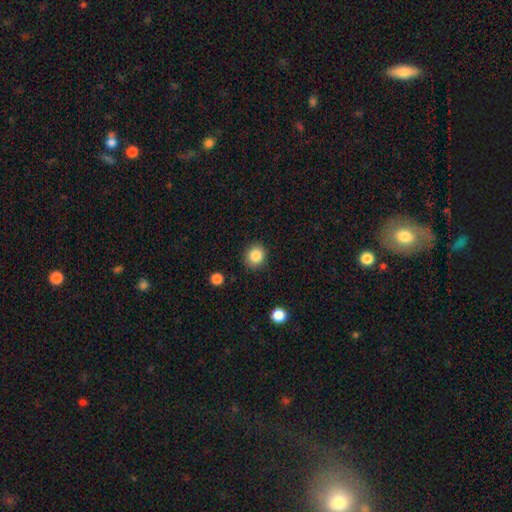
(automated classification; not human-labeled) Smooth or featured: smooth — 85% (star or artifact — 10%)
How rounded: round — 82% (in between — 17%)
Merging: none — 88% (minor disturbance — 8%)